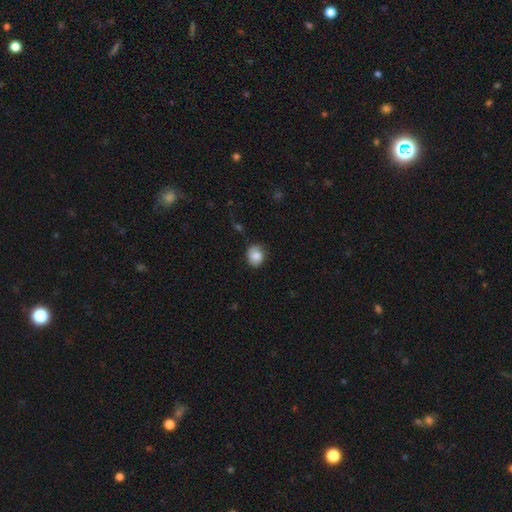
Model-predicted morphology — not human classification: Smooth or featured? Predicted: smooth (p=0.81). How rounded? Predicted: round (p=0.59). Merging? Predicted: none (p=0.73).